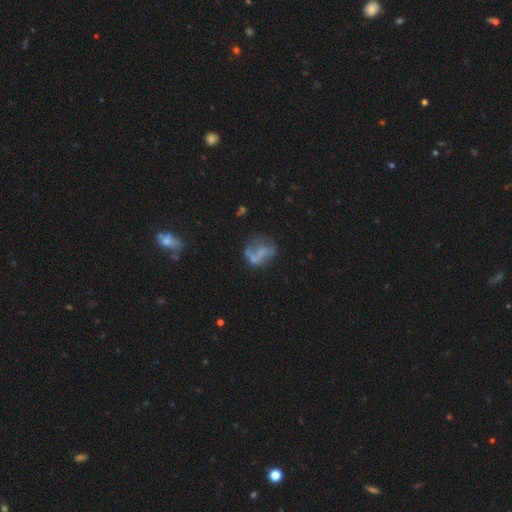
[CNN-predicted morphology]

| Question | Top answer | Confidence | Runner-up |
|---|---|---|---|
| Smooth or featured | featured or disk | 47% | smooth (40%) |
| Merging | none | 39% | major disturbance (29%) |